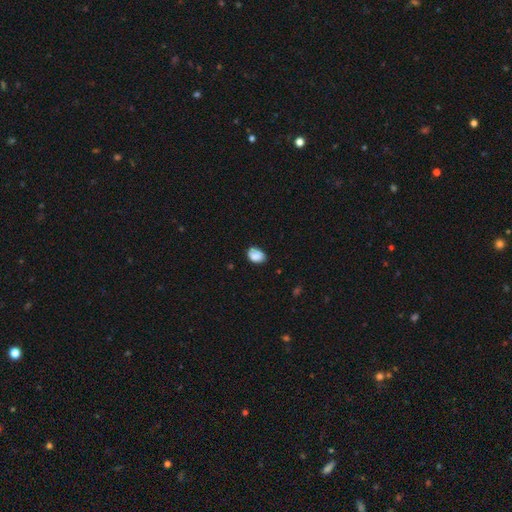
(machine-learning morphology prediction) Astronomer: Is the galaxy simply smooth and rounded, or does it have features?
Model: smooth — 79%.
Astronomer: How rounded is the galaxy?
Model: in between — 74%.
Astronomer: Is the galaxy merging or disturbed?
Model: none — 63%.